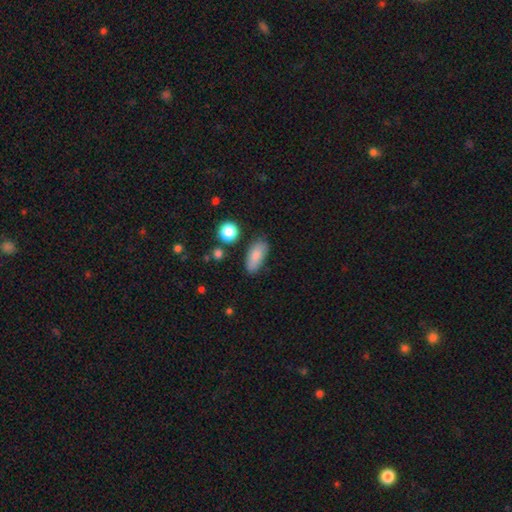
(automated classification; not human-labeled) This is clearly a smooth galaxy (82%). How rounded: clearly in between (86%). Merging: likely none (75%).